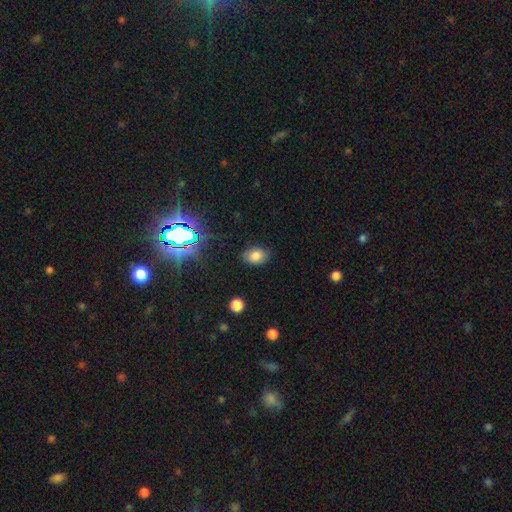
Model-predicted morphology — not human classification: The model was most divided on "how rounded": in between: 74%, round: 25%, cigar-shaped: 1%. More confident: merging — none (82%); smooth or featured — smooth (78%).